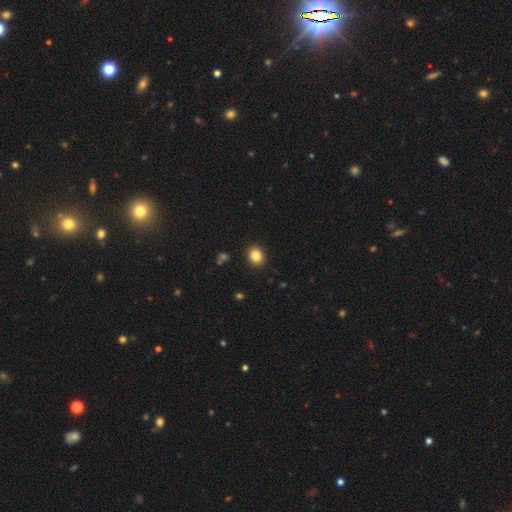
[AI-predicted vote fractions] smooth_or_featured: smooth (p=0.84) [alt: star or artifact p=0.10]
how_rounded: round (p=0.62) [alt: in between p=0.37]
merging: none (p=0.91) [alt: minor disturbance p=0.06]